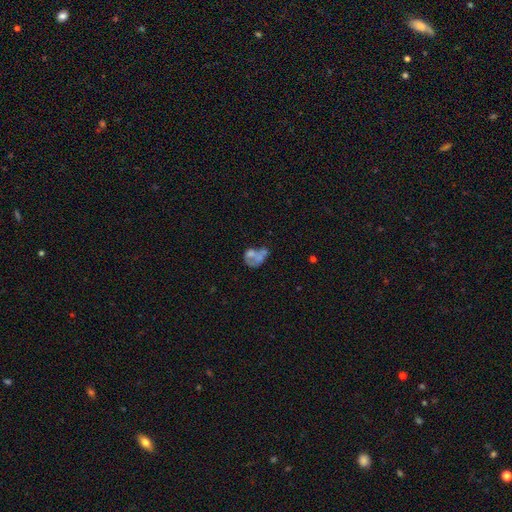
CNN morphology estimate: A smooth galaxy with no disk features (47%).

Vote fractions:
- Smooth or featured? smooth: 47% / featured or disk: 41% / star or artifact: 12%
- Merging? merger: 43% / major disturbance: 23% / none: 20% / minor disturbance: 14%